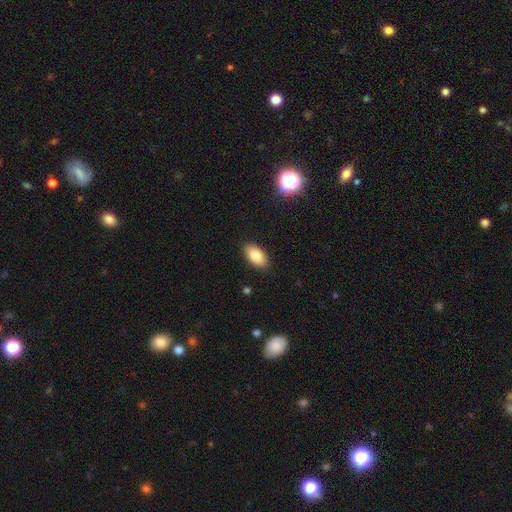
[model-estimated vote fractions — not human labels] This appears to be a smooth galaxy with no disk features (85%) that is in between round and cigar-shaped (93%). Merging: none (88%).